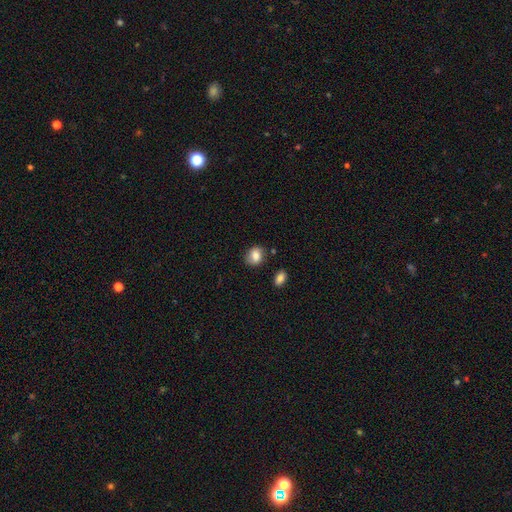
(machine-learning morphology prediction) Smooth or featured?
  - smooth: 81% *
  - featured or disk: 11%
  - star or artifact: 9%
How rounded?
  - round: 50% *
  - in between: 49%
  - cigar-shaped: 1%
Merging?
  - none: 75% *
  - minor disturbance: 17%
  - merger: 5%
  - major disturbance: 4%